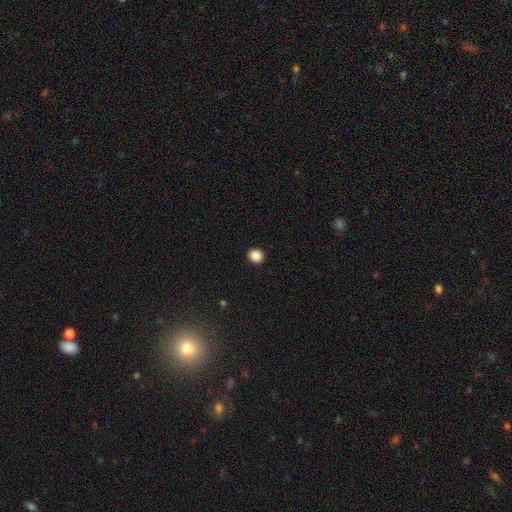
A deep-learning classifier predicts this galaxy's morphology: This is clearly a smooth galaxy (88%). How rounded: clearly round (88%). Merging: clearly none (93%).